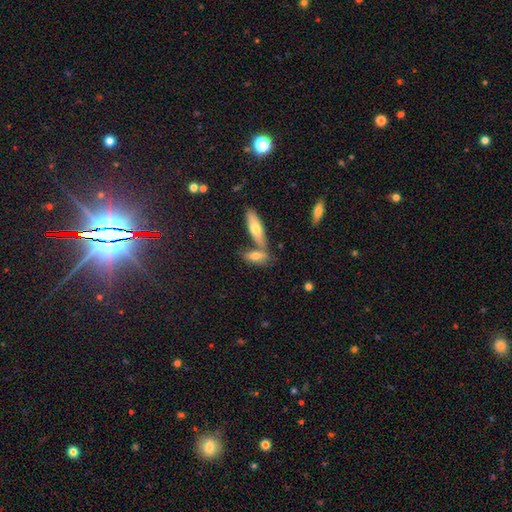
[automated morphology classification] Smooth or featured? smooth (69%)
How rounded? in between (62%)
Merging? none (46%)